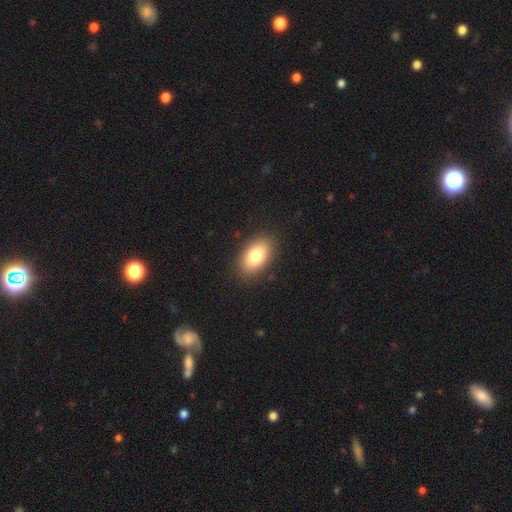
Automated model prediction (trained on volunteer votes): Smooth or featured? Predicted: smooth (p=0.81). How rounded? Predicted: in between (p=0.92). Merging? Predicted: none (p=0.87).